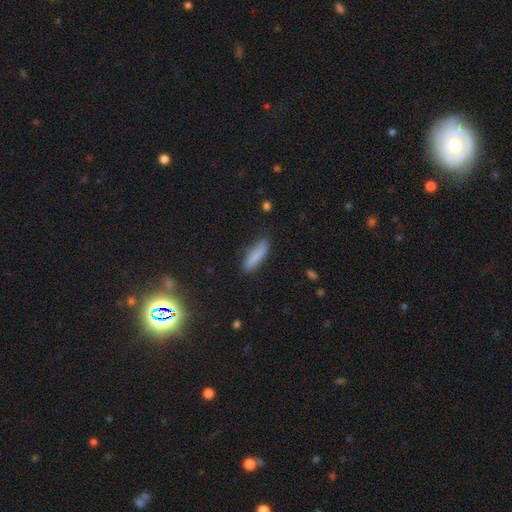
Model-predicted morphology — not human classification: Overall: smooth (83%). How rounded: cigar-shaped (66%; in between 32%). Merging: none (79%).